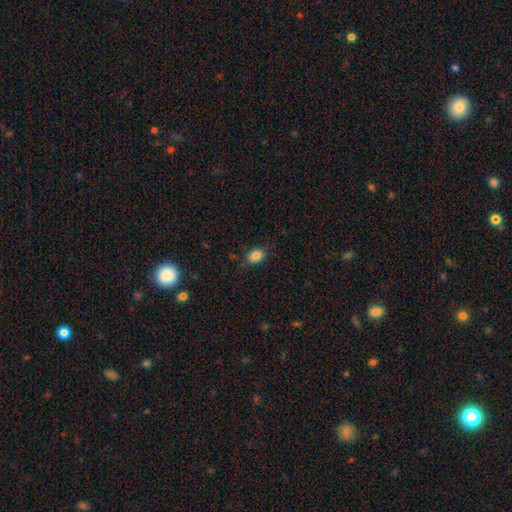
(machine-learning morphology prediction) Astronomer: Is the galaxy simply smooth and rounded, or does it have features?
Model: smooth — 84%.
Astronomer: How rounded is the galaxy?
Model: in between — 76%.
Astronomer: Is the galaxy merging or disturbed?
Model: none — 78%.